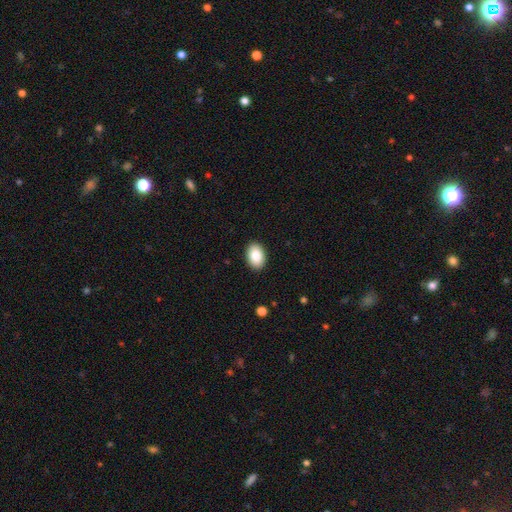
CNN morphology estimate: Smooth or featured?
  - smooth: 87% *
  - star or artifact: 7%
  - featured or disk: 6%
How rounded?
  - in between: 87% *
  - round: 12%
  - cigar-shaped: 1%
Merging?
  - none: 91% *
  - minor disturbance: 7%
  - major disturbance: 2%
  - merger: 1%